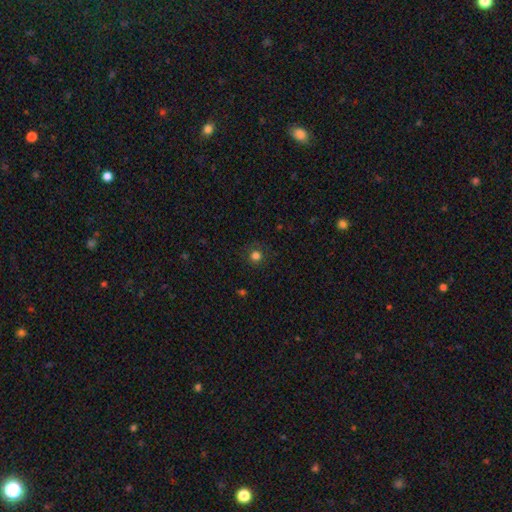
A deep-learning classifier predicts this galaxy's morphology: Smooth or featured? Predicted: smooth (p=0.78). How rounded? Predicted: round (p=0.94). Merging? Predicted: none (p=0.88).